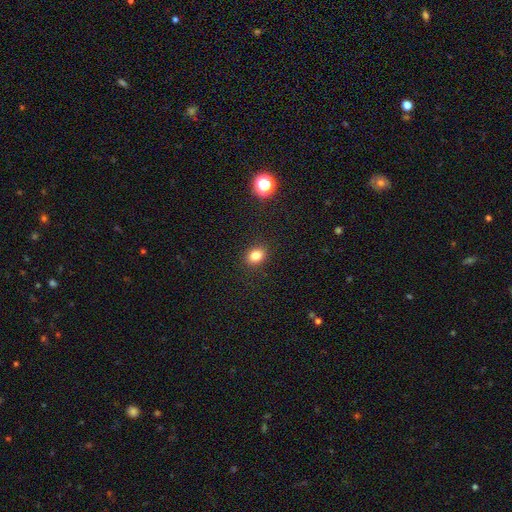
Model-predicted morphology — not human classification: smooth-or-featured: smooth: 83% | star or artifact: 13% | featured or disk: 5%
  how-rounded: in between: 55% | round: 44% | cigar-shaped: 1%
  merging: none: 89% | minor disturbance: 8% | major disturbance: 3% | merger: 1%